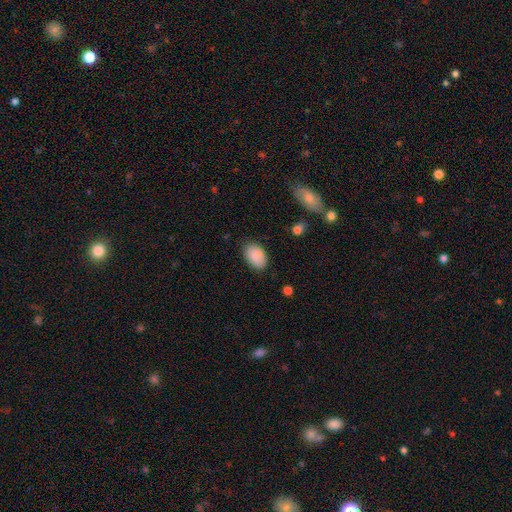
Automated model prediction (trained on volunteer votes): smooth 89%, star or artifact 7%, featured or disk 4%. Down the decision tree: how rounded — in between (89%); merging — none (83%).